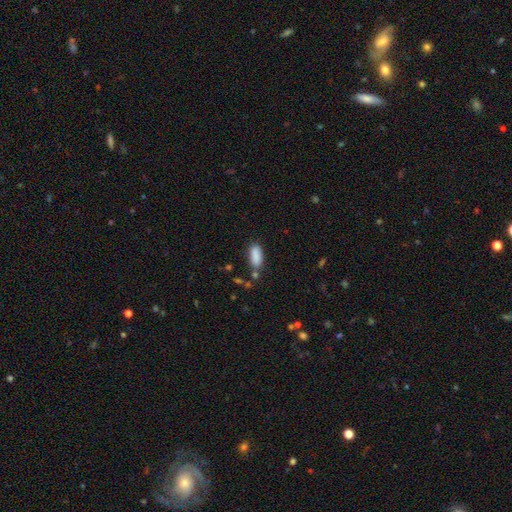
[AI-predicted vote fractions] This is clearly a smooth galaxy (88%). How rounded: clearly in between (82%). Merging: likely none (72%).